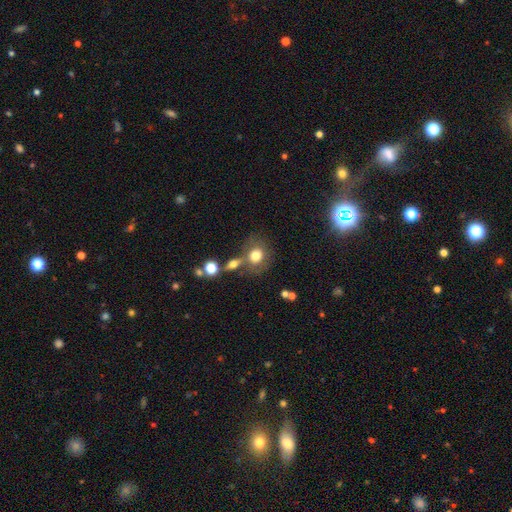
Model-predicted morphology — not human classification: A smooth galaxy with no disk features (76%) that is round (68%).

Vote fractions:
- Smooth or featured? smooth: 76% / featured or disk: 13% / star or artifact: 11%
- How rounded? round: 68% / in between: 30% / cigar-shaped: 1%
- Merging? none: 53% / merger: 25% / minor disturbance: 14% / major disturbance: 8%